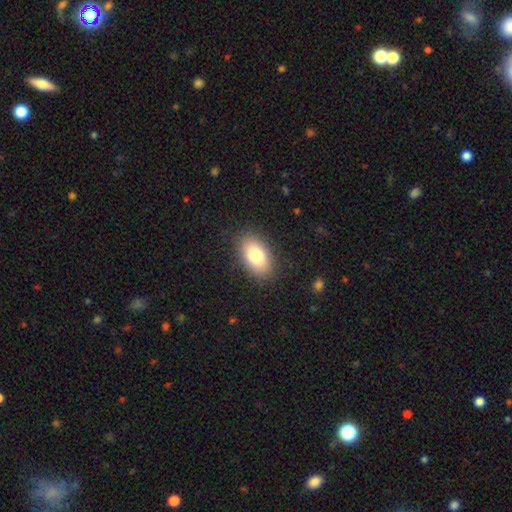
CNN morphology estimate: Smooth or featured? Predicted: smooth (p=0.78). How rounded? Predicted: in between (p=0.90). Merging? Predicted: none (p=0.87).